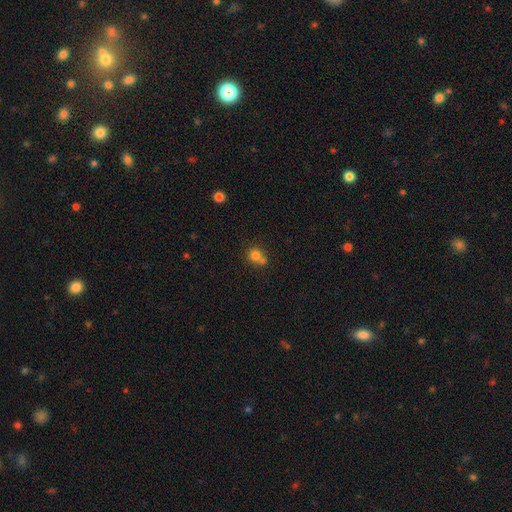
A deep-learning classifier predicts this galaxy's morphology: Smooth or featured? smooth (78%)
How rounded? round (84%)
Merging? none (45%)